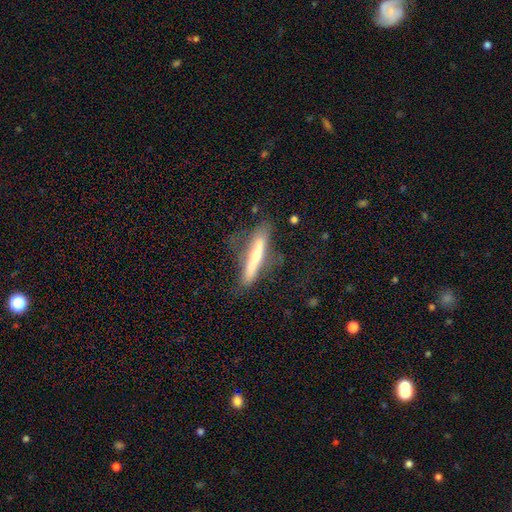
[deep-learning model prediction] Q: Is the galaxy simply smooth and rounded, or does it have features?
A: smooth — 51%.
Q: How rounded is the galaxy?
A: cigar-shaped — 91%.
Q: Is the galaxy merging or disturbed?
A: none — 62%.